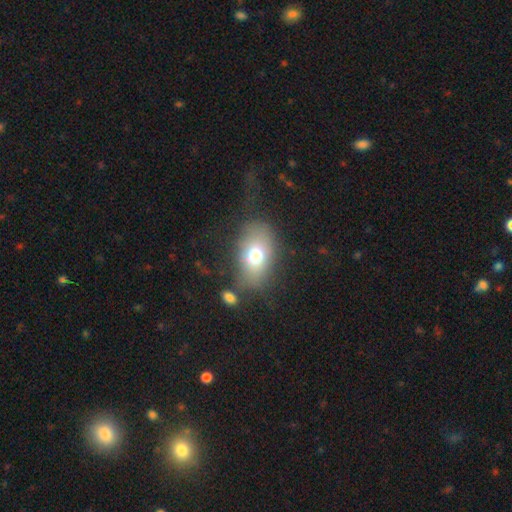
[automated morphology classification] Smooth or featured: smooth — 70% (featured or disk — 19%)
How rounded: in between — 78% (round — 20%)
Merging: none — 66% (minor disturbance — 17%)